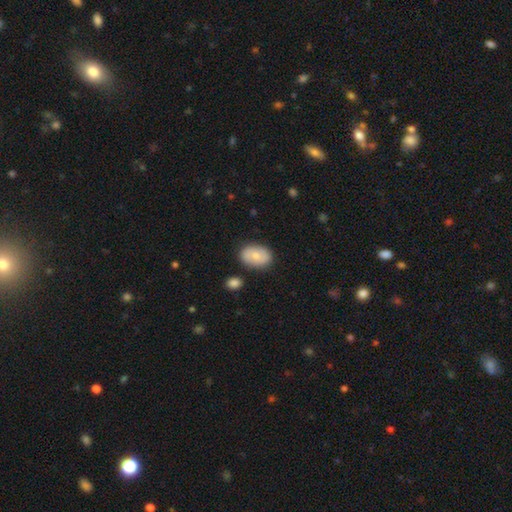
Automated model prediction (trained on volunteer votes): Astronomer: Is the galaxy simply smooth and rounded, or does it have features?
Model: smooth — 68%.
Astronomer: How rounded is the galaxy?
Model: in between — 83%.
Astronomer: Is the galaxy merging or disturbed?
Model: none — 81%.